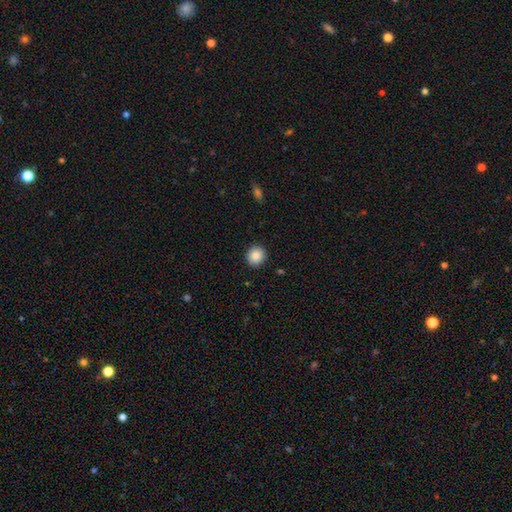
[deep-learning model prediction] Smooth or featured: smooth — 87% (star or artifact — 8%)
How rounded: round — 88% (in between — 11%)
Merging: none — 91% (minor disturbance — 6%)